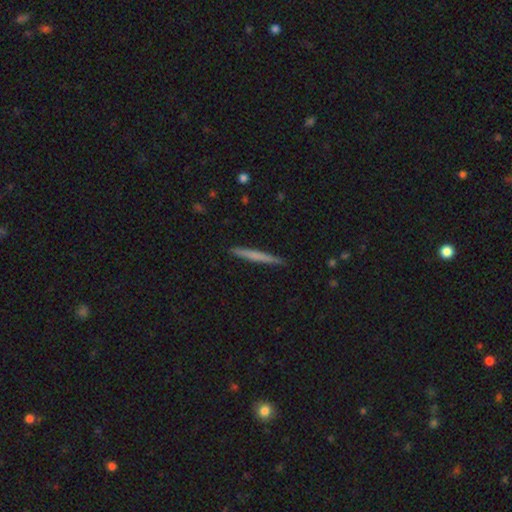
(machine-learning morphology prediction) Smooth or featured: smooth — 61% (featured or disk — 34%)
How rounded: cigar-shaped — 97% (in between — 2%)
Merging: none — 91% (minor disturbance — 7%)